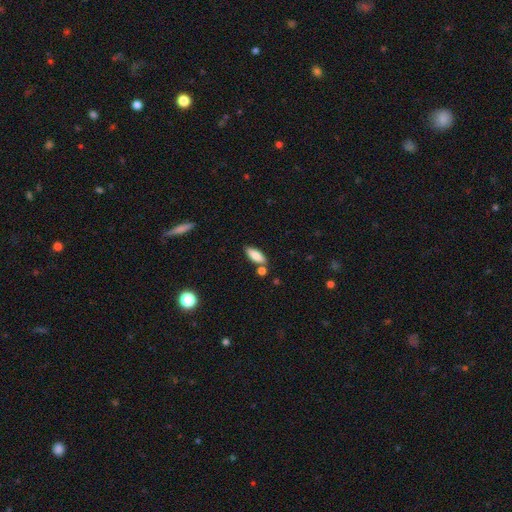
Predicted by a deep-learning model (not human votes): This appears to be a smooth galaxy with no disk features (81%) that is in between round and cigar-shaped (75%). Merging: none (73%).